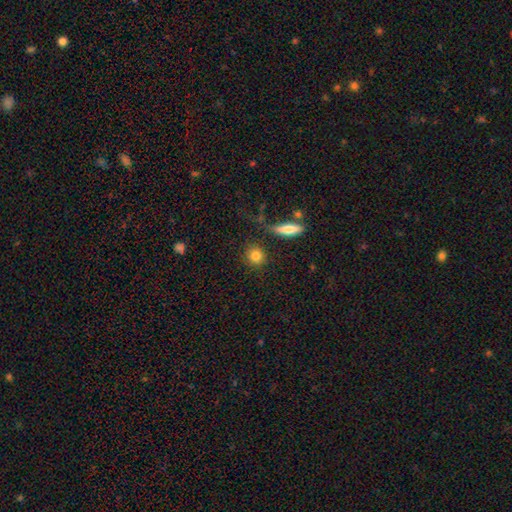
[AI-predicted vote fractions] Smooth or featured? smooth (84%)
How rounded? round (84%)
Merging? none (84%)